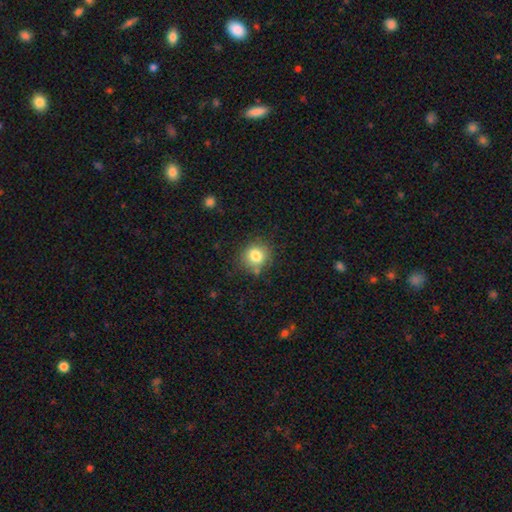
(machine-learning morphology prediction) Smooth or featured: smooth — 81% (star or artifact — 11%)
How rounded: round — 84% (in between — 15%)
Merging: none — 80% (minor disturbance — 13%)